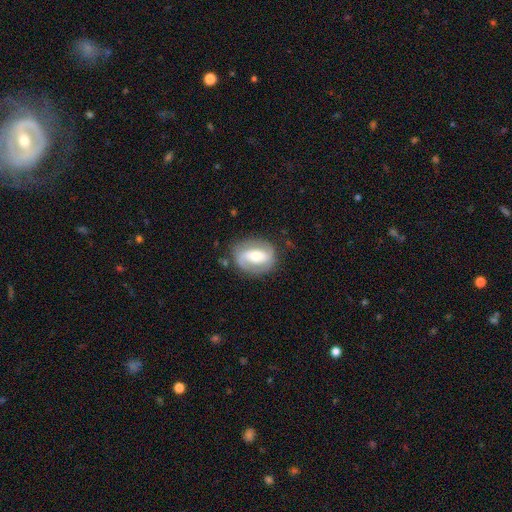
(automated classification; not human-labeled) Smooth or featured? featured or disk (74%)
Edge-on disk? no (96%)
Bar? strong (41%)
Spiral arms? yes (83%)
Spiral winding? medium (41%)
Spiral arm count? 2 (81%)
Bulge size? moderate (59%)
Merging? none (77%)